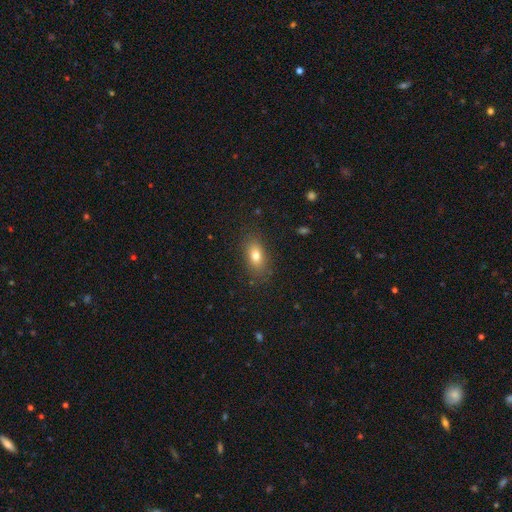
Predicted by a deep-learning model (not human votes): smooth 78%, featured or disk 12%, star or artifact 10%. Down the decision tree: how rounded — in between (83%); merging — none (84%).